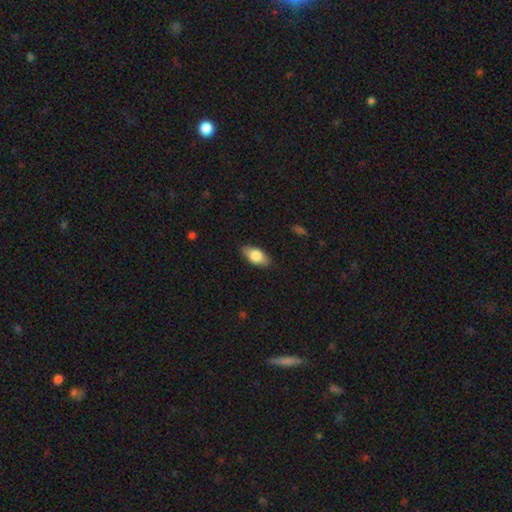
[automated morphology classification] A smooth galaxy with no disk features (78%) that is in between round and cigar-shaped (90%).

Vote fractions:
- Smooth or featured? smooth: 78% / featured or disk: 16% / star or artifact: 7%
- How rounded? in between: 90% / cigar-shaped: 7% / round: 4%
- Merging? none: 86% / minor disturbance: 11% / major disturbance: 2% / merger: 1%